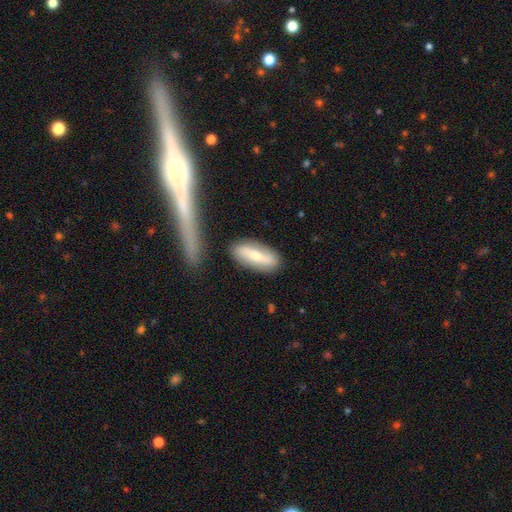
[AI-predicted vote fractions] The model was most divided on "smooth or featured": smooth: 52%, featured or disk: 41%, star or artifact: 7%. More confident: merging — none (80%); how rounded — in between (59%).